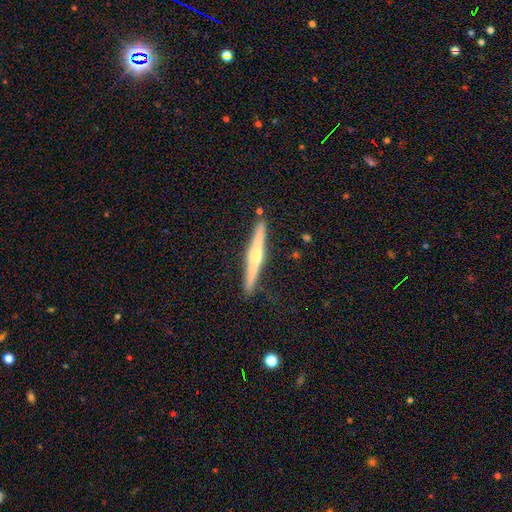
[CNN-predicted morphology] Smooth or featured? Predicted: featured or disk (p=0.63). Edge-on disk? Predicted: yes (p=0.98). Edge-on bulge? Predicted: rounded (p=0.71). Merging? Predicted: none (p=0.89).